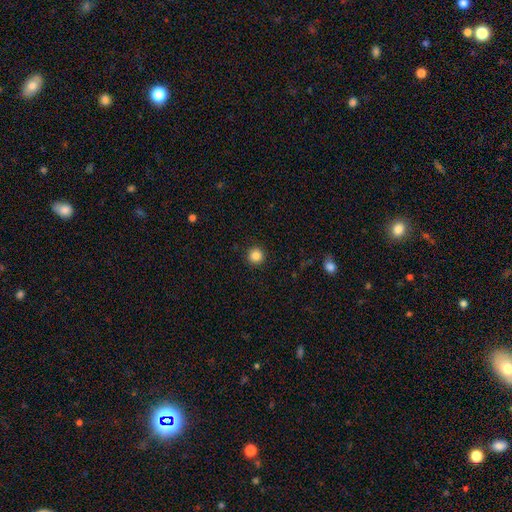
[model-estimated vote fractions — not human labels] Smooth or featured? smooth (86%)
How rounded? round (96%)
Merging? none (93%)